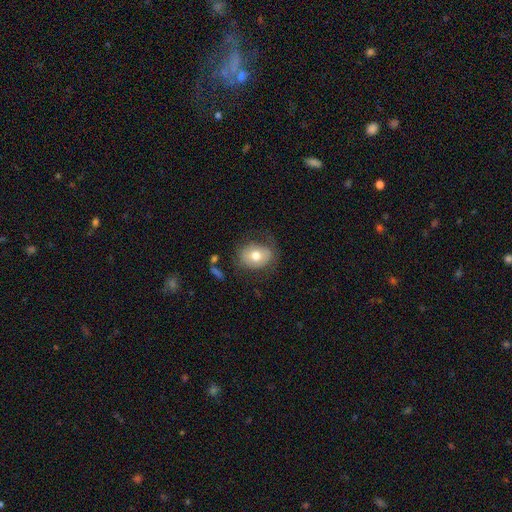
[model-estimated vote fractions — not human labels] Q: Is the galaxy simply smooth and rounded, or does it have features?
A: smooth — 67%.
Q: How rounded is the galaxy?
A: in between — 54%.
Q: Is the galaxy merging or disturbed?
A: none — 68%.